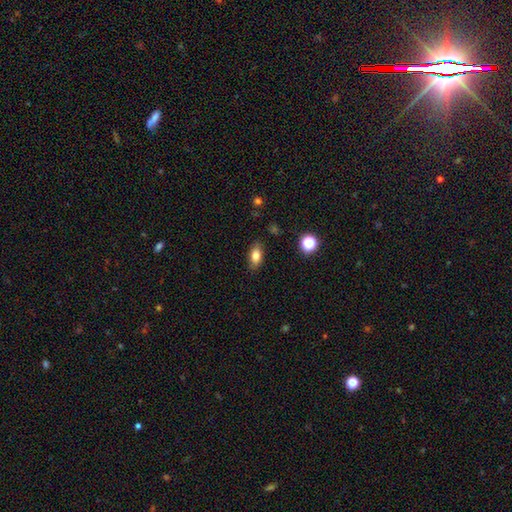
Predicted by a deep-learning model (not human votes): Smooth or featured? Predicted: smooth (p=0.79). How rounded? Predicted: in between (p=0.84). Merging? Predicted: none (p=0.85).